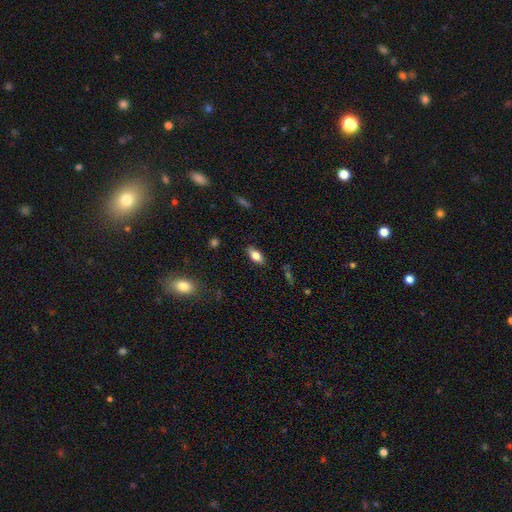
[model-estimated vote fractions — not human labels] This appears to be a smooth galaxy with no disk features (76%) that is in between round and cigar-shaped (87%). Merging: none (85%).